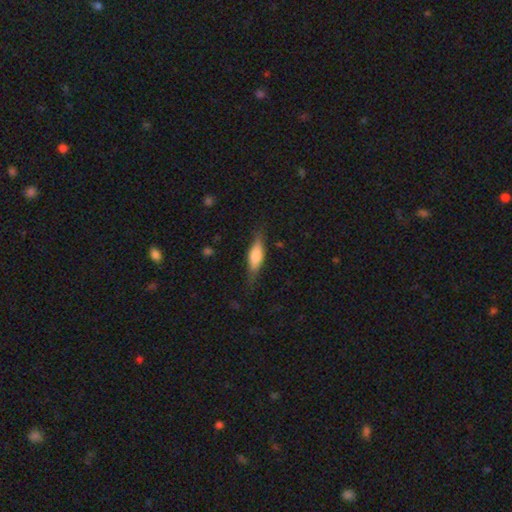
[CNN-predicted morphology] This is likely a smooth galaxy (64%). How rounded: possibly in between (54%). Merging: likely none (73%).